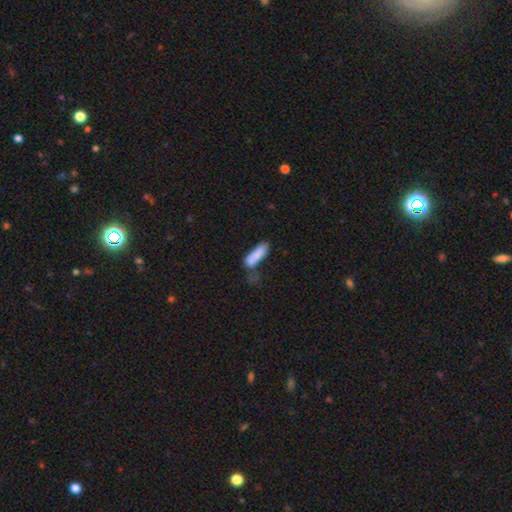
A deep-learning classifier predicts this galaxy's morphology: Smooth or featured? Predicted: smooth (p=0.83). How rounded? Predicted: cigar-shaped (p=0.54). Merging? Predicted: none (p=0.41).